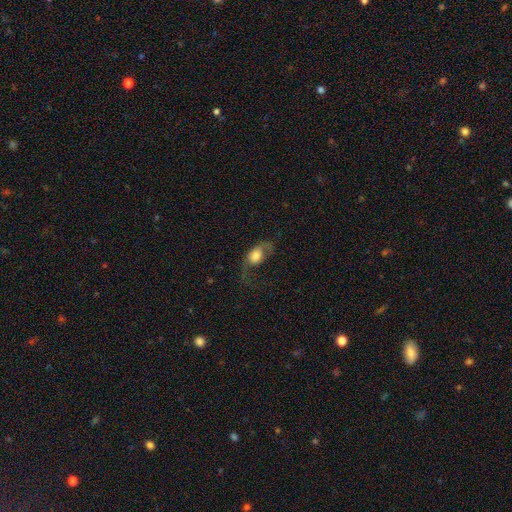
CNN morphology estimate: A smooth galaxy with no disk features (60%) that is in between round and cigar-shaped (77%). Merging: major disturbance (54%).